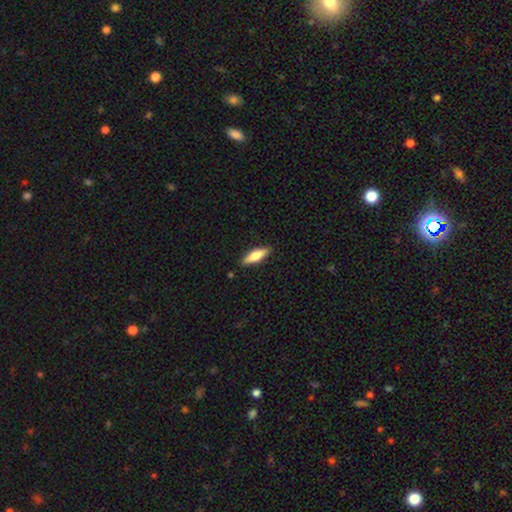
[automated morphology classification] This appears to be a smooth galaxy with no disk features (60%) that is cigar-shaped (54%). Merging: none (88%).